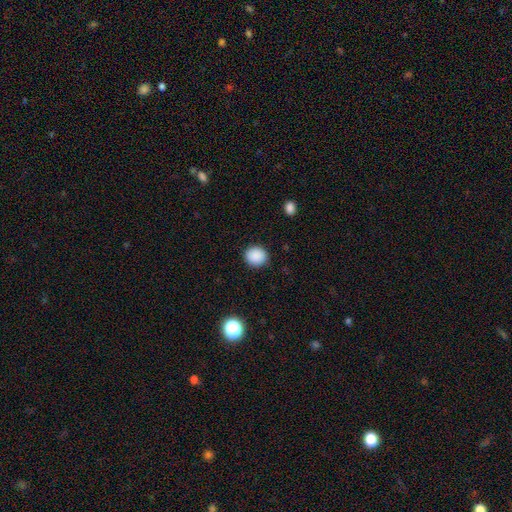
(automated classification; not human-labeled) smooth-or-featured: smooth: 89% | star or artifact: 9% | featured or disk: 3%
  how-rounded: round: 82% | in between: 17% | cigar-shaped: 1%
  merging: none: 91% | minor disturbance: 6% | major disturbance: 2% | merger: 1%